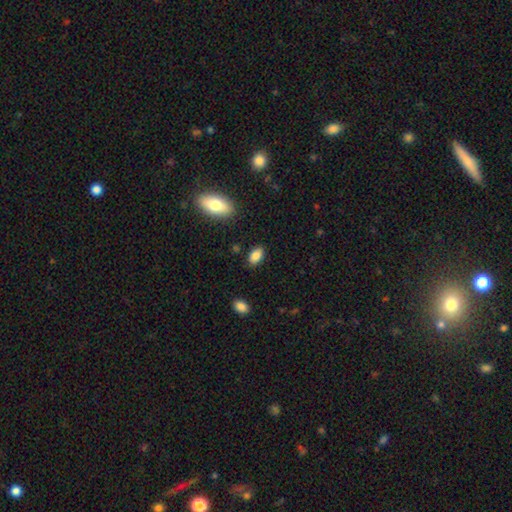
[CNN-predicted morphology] A smooth galaxy with no disk features (86%) that is in between round and cigar-shaped (91%).

Vote fractions:
- Smooth or featured? smooth: 86% / star or artifact: 8% / featured or disk: 6%
- How rounded? in between: 91% / round: 6% / cigar-shaped: 3%
- Merging? none: 86% / minor disturbance: 10% / major disturbance: 2% / merger: 2%